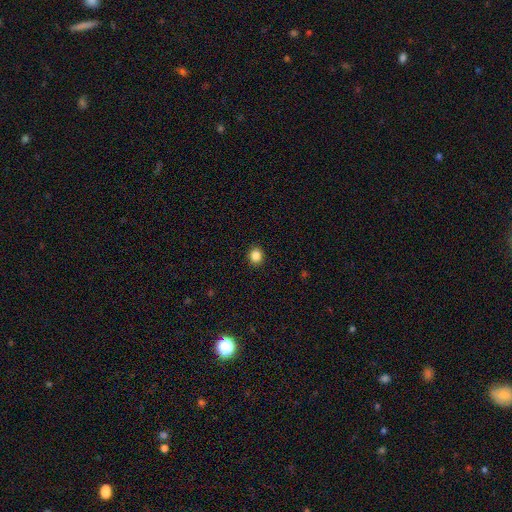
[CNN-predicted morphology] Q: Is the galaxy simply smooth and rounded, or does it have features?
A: smooth — 85%.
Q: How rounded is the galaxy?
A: round — 81%.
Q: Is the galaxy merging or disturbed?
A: none — 91%.